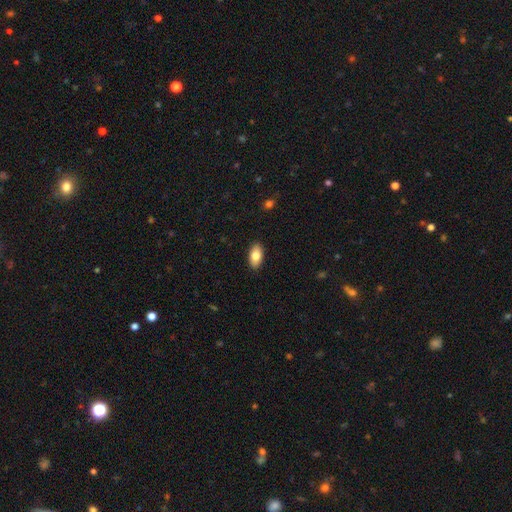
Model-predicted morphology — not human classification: Smooth or featured? smooth (82%)
How rounded? in between (93%)
Merging? none (90%)